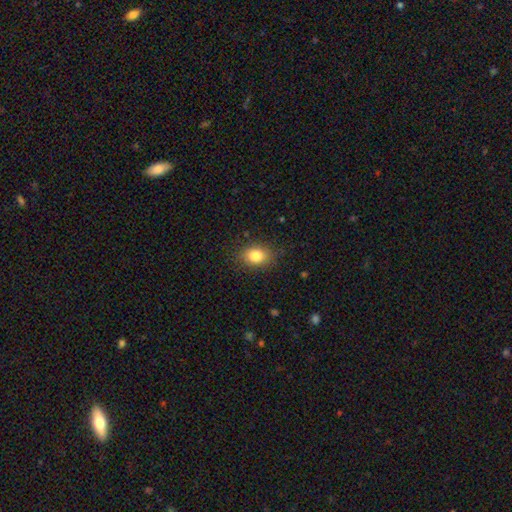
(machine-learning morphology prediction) Smooth or featured? smooth (82%)
How rounded? in between (67%)
Merging? none (85%)